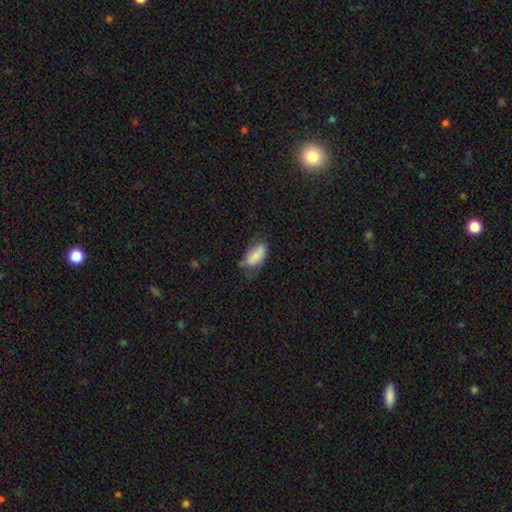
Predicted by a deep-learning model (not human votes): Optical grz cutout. It shows a smooth galaxy with no disk features (78%) that is in between round and cigar-shaped (91%). Merging: none (40%).